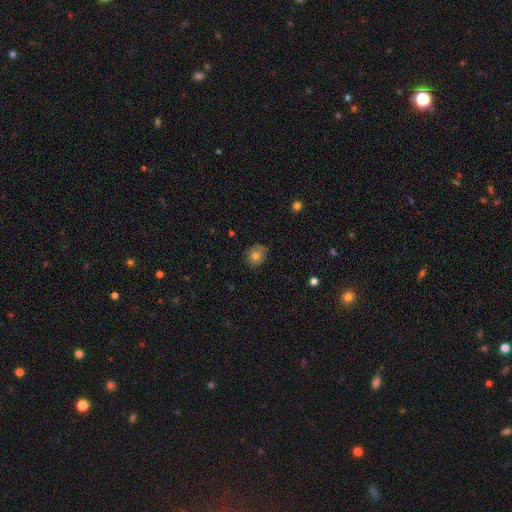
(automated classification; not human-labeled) Smooth or featured?
  - smooth: 74% *
  - featured or disk: 16%
  - star or artifact: 10%
How rounded?
  - round: 67% *
  - in between: 32%
  - cigar-shaped: 1%
Merging?
  - none: 77% *
  - minor disturbance: 18%
  - major disturbance: 4%
  - merger: 1%